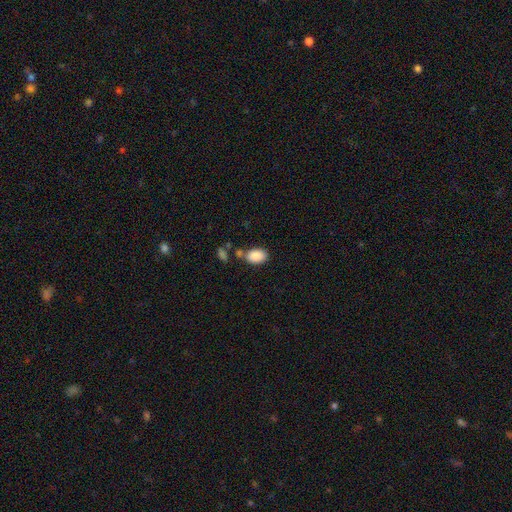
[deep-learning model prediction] A smooth galaxy with no disk features (88%) that is in between round and cigar-shaped (87%). Merging: none (67%).